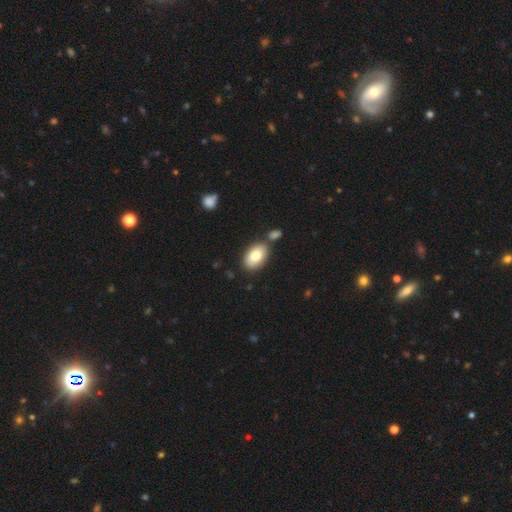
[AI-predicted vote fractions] This is likely a smooth galaxy (78%). How rounded: clearly in between (91%). Merging: likely none (73%).